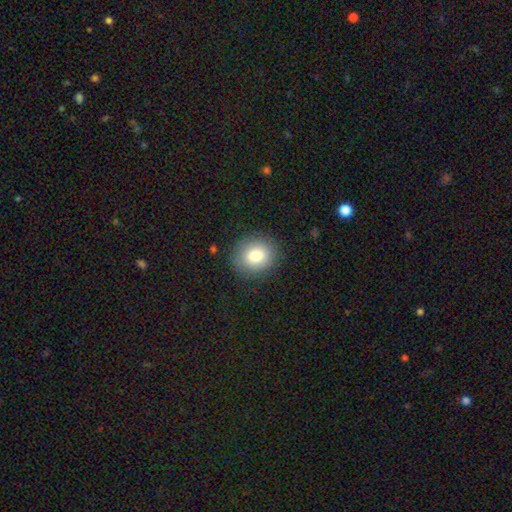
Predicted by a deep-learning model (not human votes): smooth_or_featured: smooth (p=0.83) [alt: star or artifact p=0.09]
how_rounded: round (p=0.81) [alt: in between p=0.19]
merging: none (p=0.87) [alt: minor disturbance p=0.09]